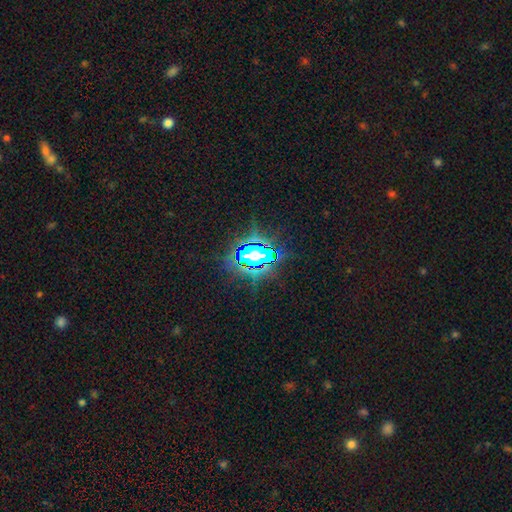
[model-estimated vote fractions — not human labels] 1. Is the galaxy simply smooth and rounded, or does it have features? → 78% star or artifact, 14% smooth, 8% featured or disk.